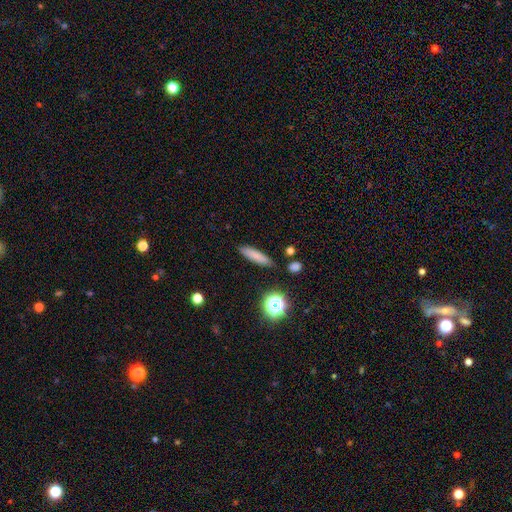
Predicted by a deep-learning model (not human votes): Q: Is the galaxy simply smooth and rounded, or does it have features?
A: smooth — 80%.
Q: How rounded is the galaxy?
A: cigar-shaped — 75%.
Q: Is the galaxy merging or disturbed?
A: none — 85%.